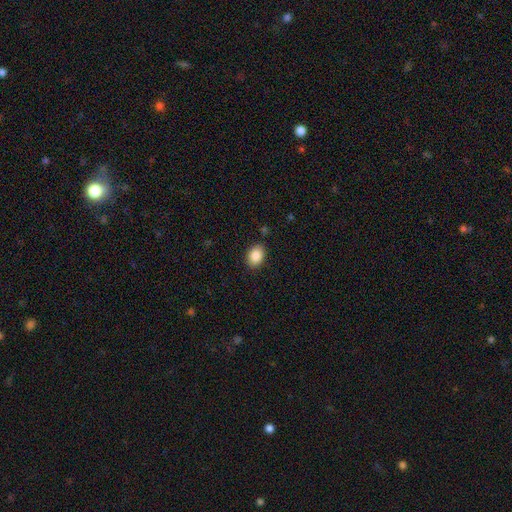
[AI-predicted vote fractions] Smooth or featured? smooth (88%)
How rounded? in between (71%)
Merging? none (86%)